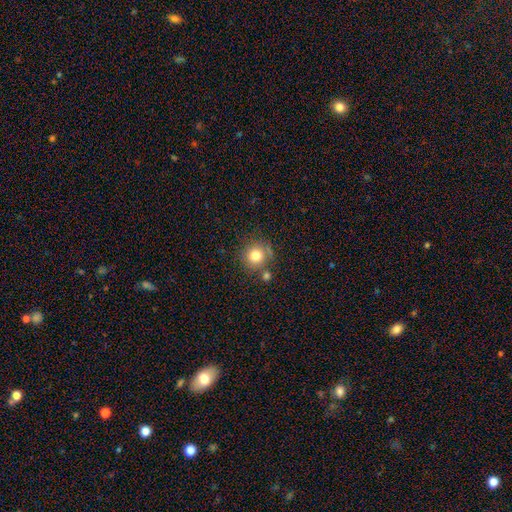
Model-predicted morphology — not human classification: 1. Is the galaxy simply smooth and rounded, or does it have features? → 79% smooth, 12% star or artifact, 9% featured or disk.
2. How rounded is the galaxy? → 93% round, 6% in between, 1% cigar-shaped.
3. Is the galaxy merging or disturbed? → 73% none, 12% merger, 11% minor disturbance, 4% major disturbance.